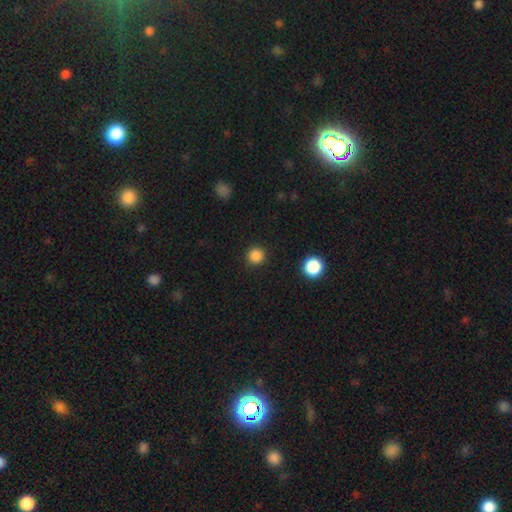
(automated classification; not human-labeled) This is clearly a smooth galaxy (85%). How rounded: clearly round (95%). Merging: clearly none (91%).